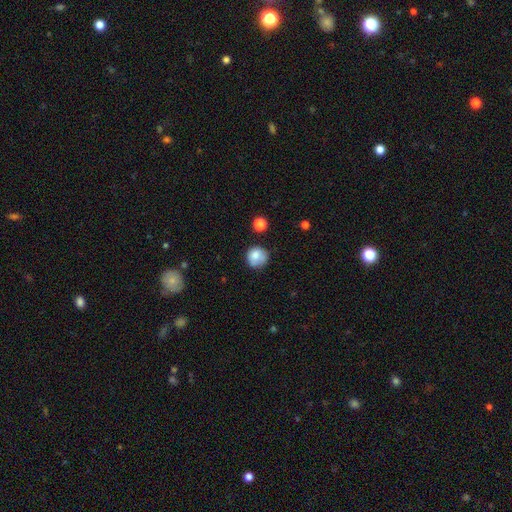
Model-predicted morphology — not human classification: Overall: smooth (78%). How rounded: round (87%). Merging: none (61%; minor disturbance 25%).